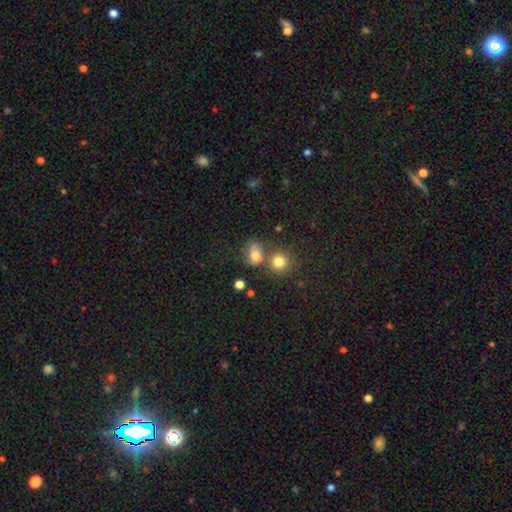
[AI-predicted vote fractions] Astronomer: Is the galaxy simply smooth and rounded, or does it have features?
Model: smooth — 73%.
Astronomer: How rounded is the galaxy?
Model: in between — 59% (runner-up: round, 39%).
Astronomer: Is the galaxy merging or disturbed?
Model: none — 39% (runner-up: merger, 34%).